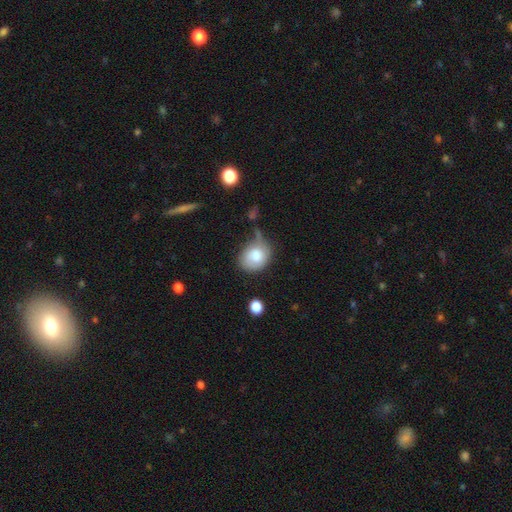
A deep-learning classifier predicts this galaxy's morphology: A smooth galaxy with no disk features (78%) that is in between round and cigar-shaped (50%).

Vote fractions:
- Smooth or featured? smooth: 78% / featured or disk: 15% / star or artifact: 7%
- How rounded? in between: 50% / round: 49% / cigar-shaped: 1%
- Merging? none: 42% / minor disturbance: 32% / major disturbance: 16% / merger: 10%